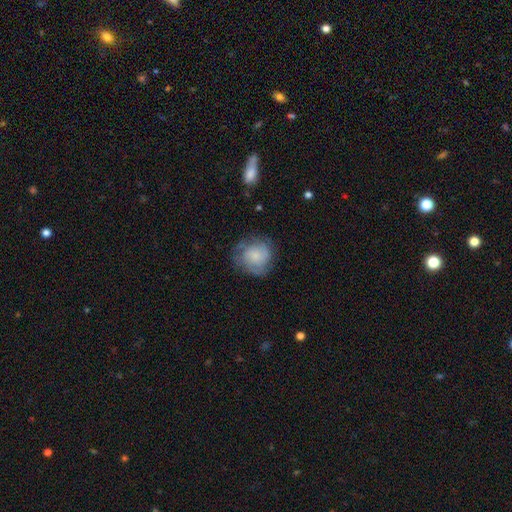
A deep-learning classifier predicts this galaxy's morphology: smooth_or_featured: smooth (p=0.55) [alt: featured or disk p=0.37]
how_rounded: round (p=0.86) [alt: in between p=0.13]
merging: none (p=0.65) [alt: minor disturbance p=0.23]